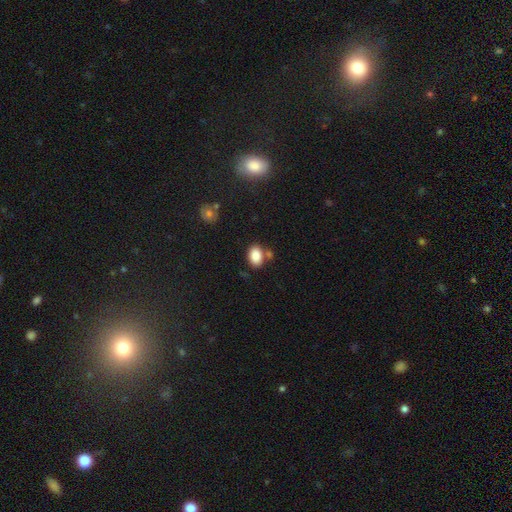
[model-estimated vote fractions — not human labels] smooth-or-featured: smooth: 86% | star or artifact: 8% | featured or disk: 6%
  how-rounded: in between: 85% | round: 14% | cigar-shaped: 1%
  merging: none: 71% | merger: 13% | minor disturbance: 13% | major disturbance: 3%